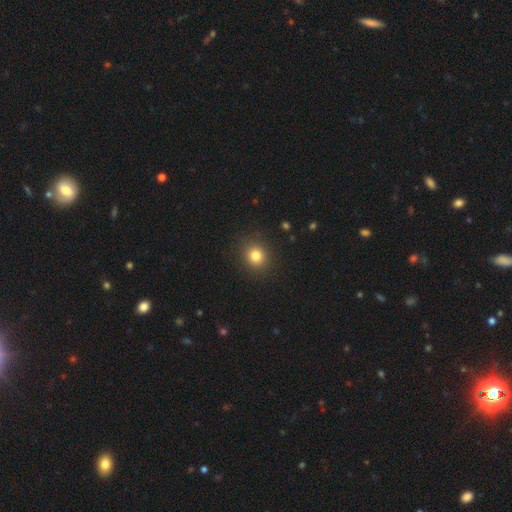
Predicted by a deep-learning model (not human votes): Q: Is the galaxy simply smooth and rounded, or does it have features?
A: smooth — 81%.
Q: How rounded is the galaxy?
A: round — 84%.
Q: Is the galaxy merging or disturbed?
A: none — 89%.